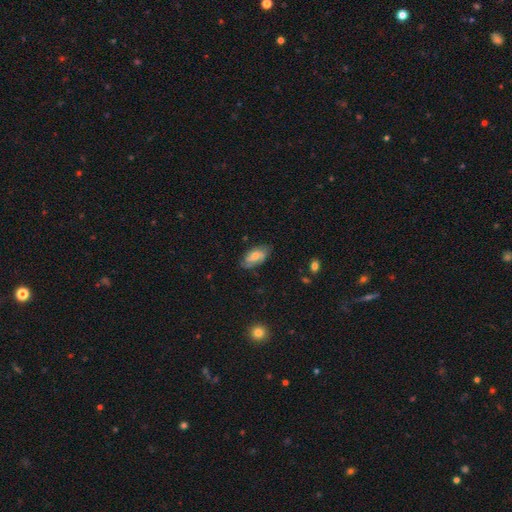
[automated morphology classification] Smooth or featured? Predicted: smooth (p=0.47). Merging? Predicted: none (p=0.73).